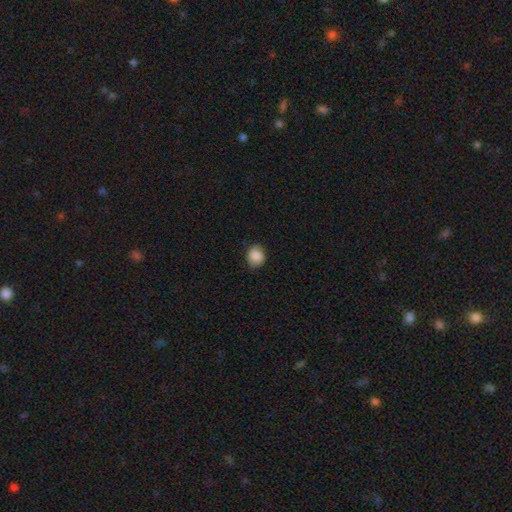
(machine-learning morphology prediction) Q: Smooth or featured?
A: smooth (85%); runner-up: star or artifact (8%)
Q: How rounded?
A: round (68%); runner-up: in between (31%)
Q: Merging?
A: none (76%); runner-up: minor disturbance (19%)